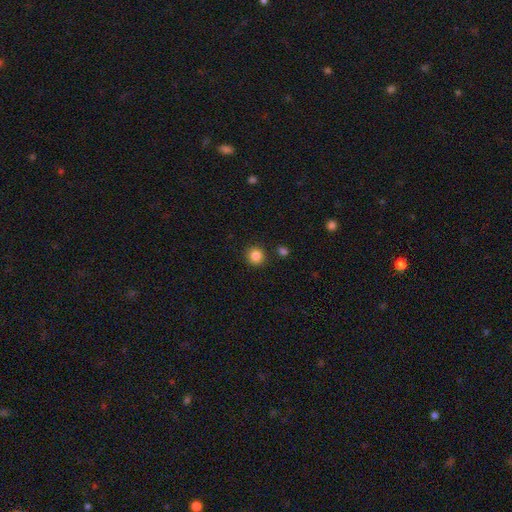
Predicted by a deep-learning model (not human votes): Smooth or featured: smooth — 86% (star or artifact — 10%)
How rounded: round — 92% (in between — 7%)
Merging: none — 89% (minor disturbance — 6%)